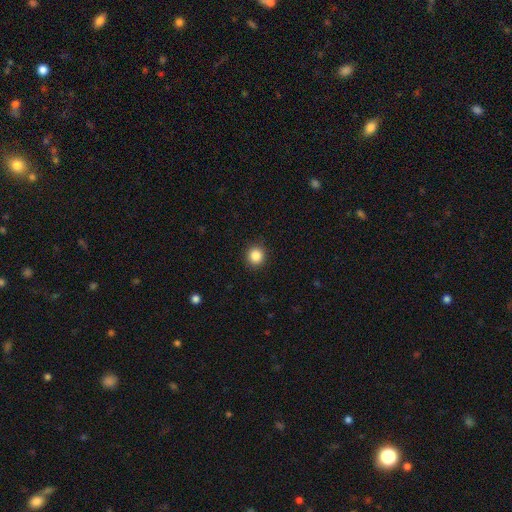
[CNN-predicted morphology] Smooth or featured? smooth (86%)
How rounded? round (91%)
Merging? none (91%)